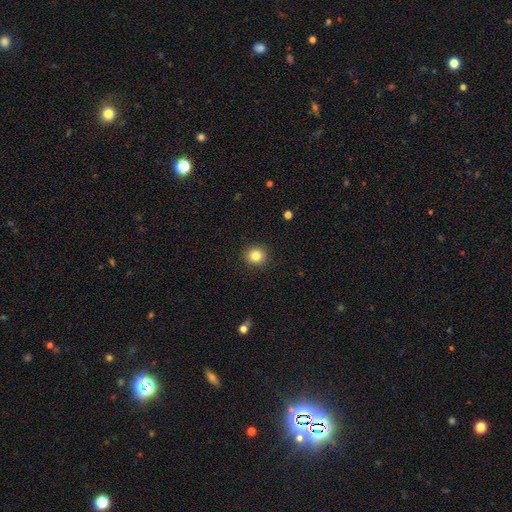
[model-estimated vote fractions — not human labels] A smooth galaxy with no disk features (83%) that is round (90%). Merging: none (91%).